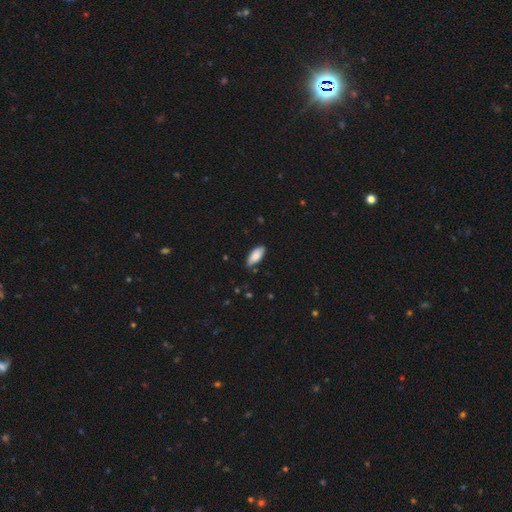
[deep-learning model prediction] This appears to be a smooth galaxy with no disk features (86%) that is in between round and cigar-shaped (85%). Merging: none (80%).